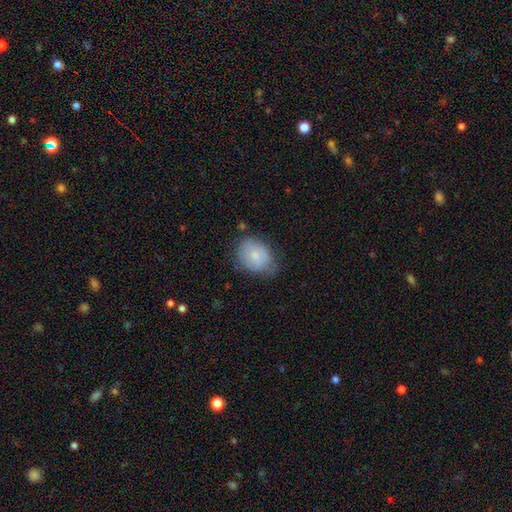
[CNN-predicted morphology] This appears to be a smooth galaxy with no disk features (77%) that is in between round and cigar-shaped (62%). Merging: none (63%).